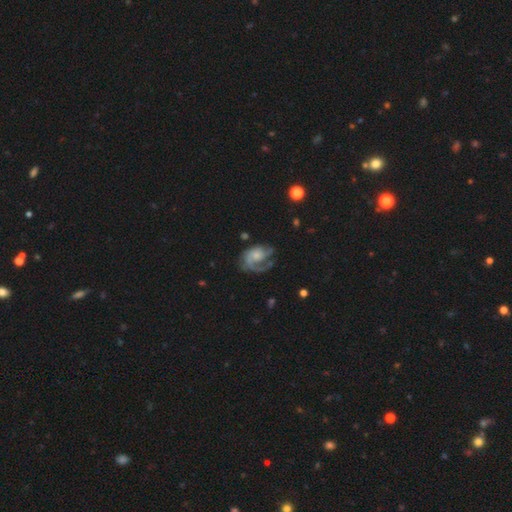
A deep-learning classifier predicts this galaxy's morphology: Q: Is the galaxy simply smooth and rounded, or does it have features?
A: featured or disk — 77%.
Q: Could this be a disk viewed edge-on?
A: no — 98%.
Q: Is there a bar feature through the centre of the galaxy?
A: no — 73%.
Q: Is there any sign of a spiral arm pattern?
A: yes — 92%.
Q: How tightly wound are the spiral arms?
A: medium — 43%.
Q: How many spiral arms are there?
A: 1 — 54%.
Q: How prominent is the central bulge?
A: small — 47%.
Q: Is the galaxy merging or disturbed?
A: none — 49%.